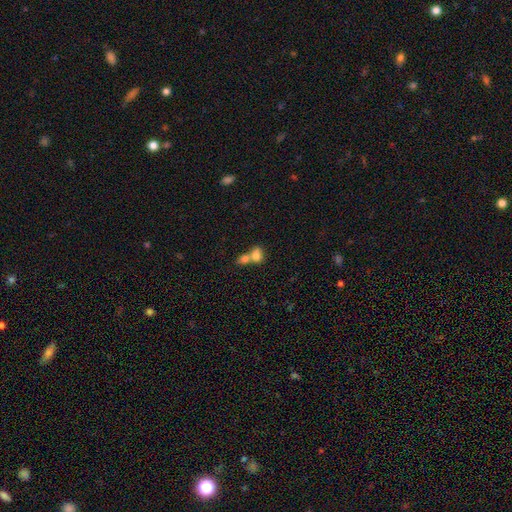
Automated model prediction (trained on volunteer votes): Smooth or featured? Predicted: smooth (p=0.76). How rounded? Predicted: in between (p=0.50). Merging? Predicted: merger (p=0.70).